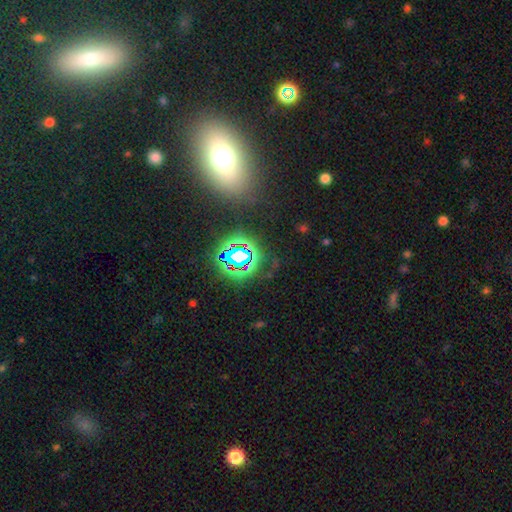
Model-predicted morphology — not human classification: Smooth or featured?
  - star or artifact: 62% *
  - smooth: 23%
  - featured or disk: 14%